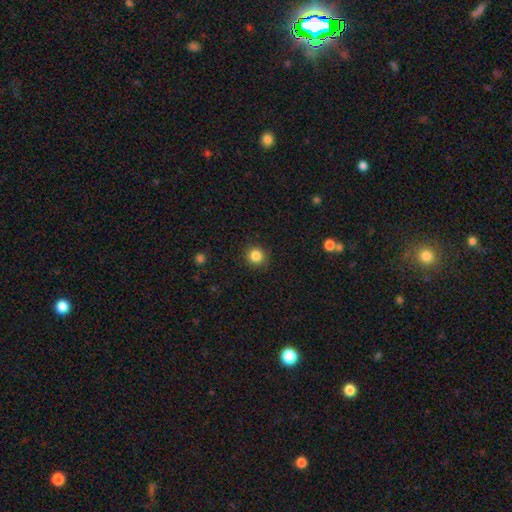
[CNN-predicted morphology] smooth_or_featured: smooth (p=0.85) [alt: star or artifact p=0.11]
how_rounded: round (p=0.93) [alt: in between p=0.06]
merging: none (p=0.90) [alt: minor disturbance p=0.07]